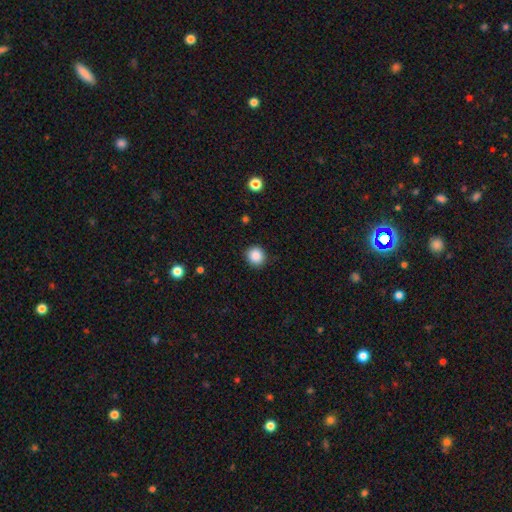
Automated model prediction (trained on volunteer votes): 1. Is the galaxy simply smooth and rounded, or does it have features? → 88% smooth, 9% star or artifact, 3% featured or disk.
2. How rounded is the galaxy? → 89% round, 11% in between, 1% cigar-shaped.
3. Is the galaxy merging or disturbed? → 89% none, 7% minor disturbance, 2% major disturbance, 1% merger.